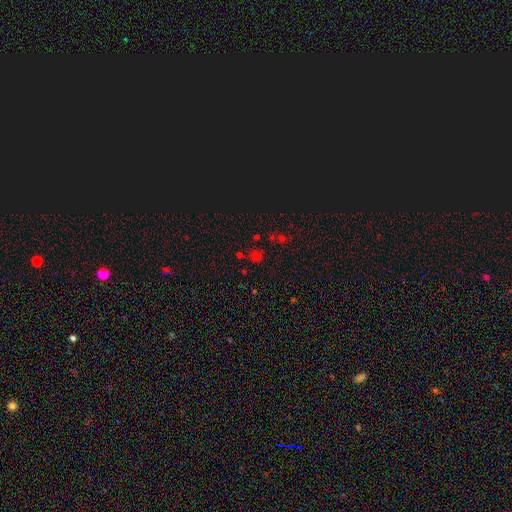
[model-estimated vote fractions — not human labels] Smooth or featured? Predicted: star or artifact (p=0.51).